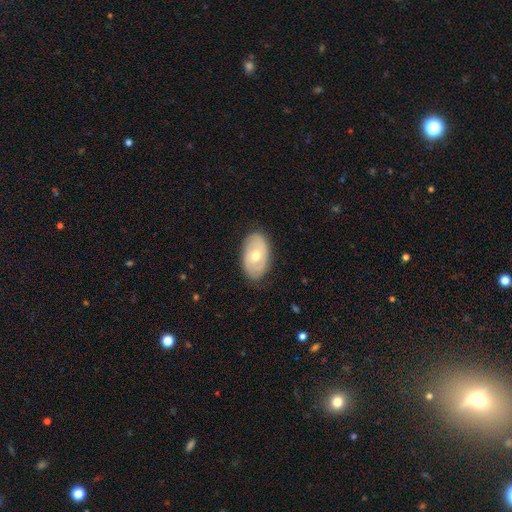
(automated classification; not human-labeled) Morphology: type=featured or disk (47%, tied with smooth); merging=none (82%).